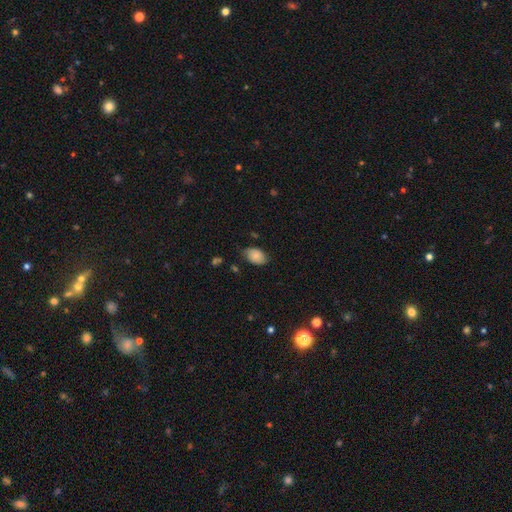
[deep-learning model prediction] smooth-or-featured: smooth: 81% | featured or disk: 11% | star or artifact: 8%
  how-rounded: in between: 86% | round: 12% | cigar-shaped: 1%
  merging: none: 69% | minor disturbance: 24% | major disturbance: 5% | merger: 2%